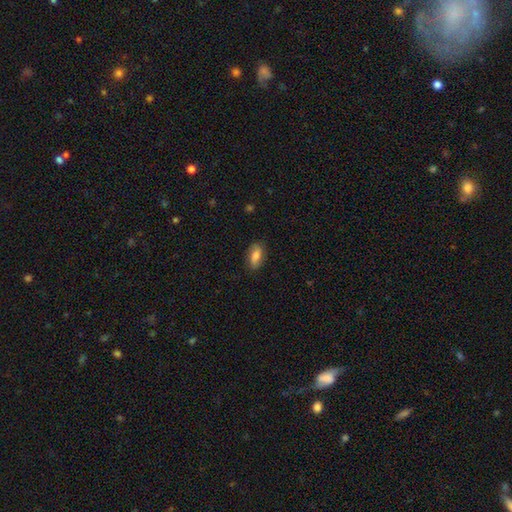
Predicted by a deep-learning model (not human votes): smooth 77%, featured or disk 16%, star or artifact 7%. Down the decision tree: how rounded — in between (86%); merging — none (83%).